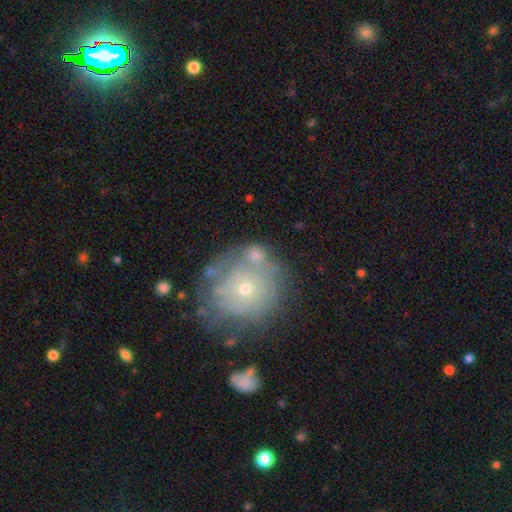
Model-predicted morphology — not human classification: Smooth or featured? Predicted: featured or disk (p=0.52). Edge-on disk? Predicted: no (p=0.97). Bar? Predicted: no (p=0.88). Spiral arms? Predicted: yes (p=0.51). Bulge size? Predicted: small (p=0.62). Merging? Predicted: none (p=0.51).